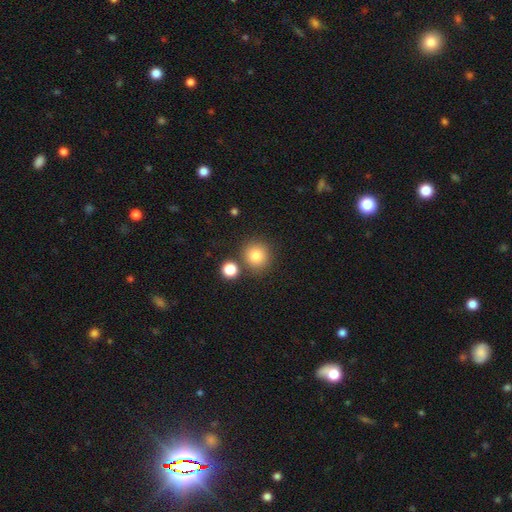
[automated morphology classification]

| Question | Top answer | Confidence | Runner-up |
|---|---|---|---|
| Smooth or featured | smooth | 82% | star or artifact (11%) |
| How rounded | round | 90% | in between (9%) |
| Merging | none | 77% | merger (11%) |